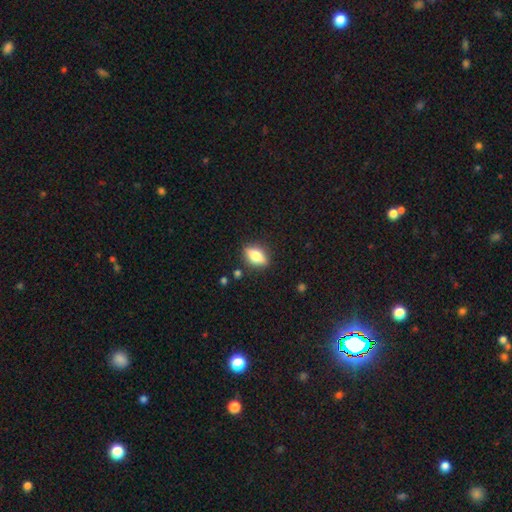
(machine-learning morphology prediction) Smooth or featured? smooth (61%)
How rounded? in between (75%)
Merging? none (85%)